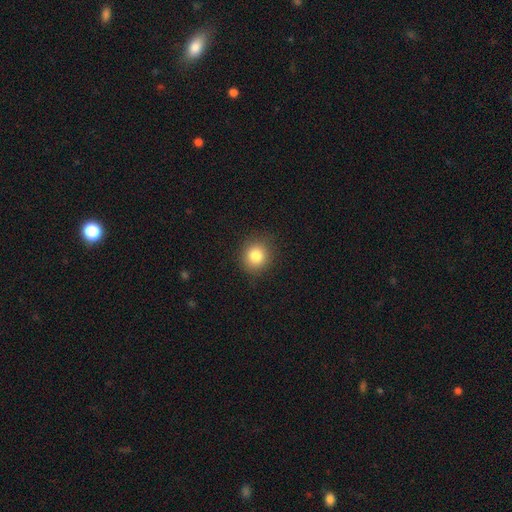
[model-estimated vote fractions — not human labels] Q: Smooth or featured?
A: smooth (83%); runner-up: star or artifact (11%)
Q: How rounded?
A: round (85%); runner-up: in between (14%)
Q: Merging?
A: none (88%); runner-up: minor disturbance (9%)